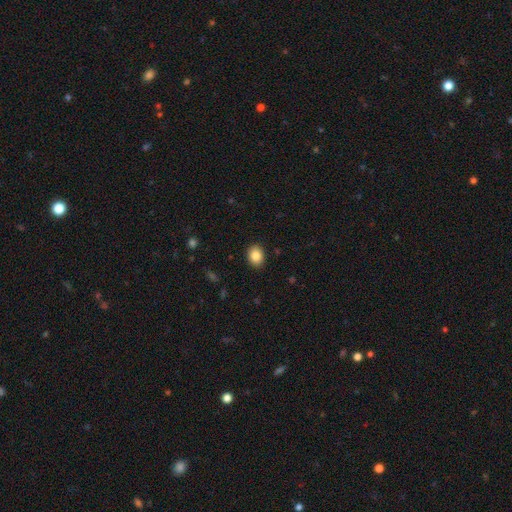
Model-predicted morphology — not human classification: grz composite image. It shows a smooth galaxy with no disk features (85%) that is in between round and cigar-shaped (58%). Merging: none (89%).